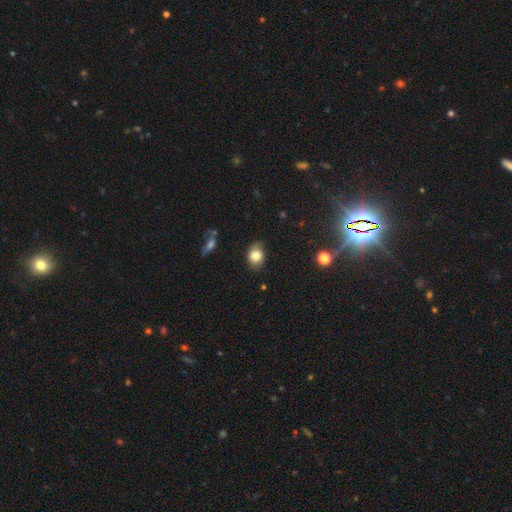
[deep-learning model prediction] smooth 80%, featured or disk 11%, star or artifact 10%. Down the decision tree: how rounded — in between (66%); merging — none (73%).